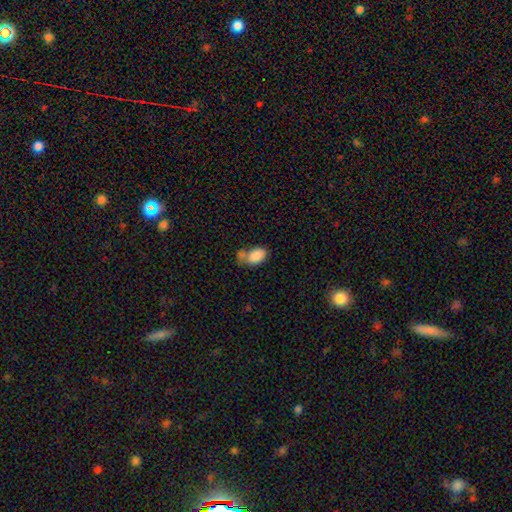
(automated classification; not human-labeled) smooth-or-featured: smooth: 85% | star or artifact: 7% | featured or disk: 7%
  how-rounded: in between: 90% | round: 8% | cigar-shaped: 1%
  merging: merger: 37% | none: 36% | minor disturbance: 18% | major disturbance: 9%